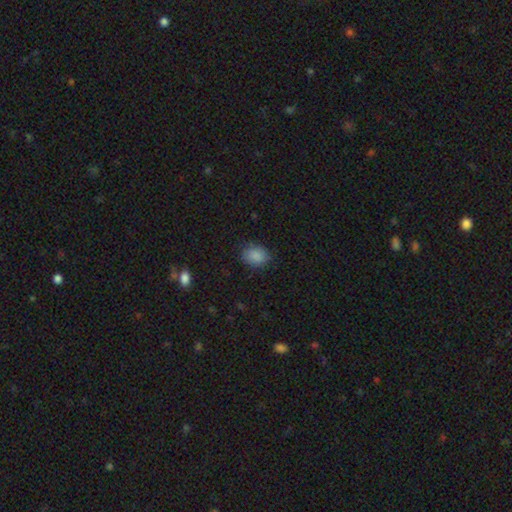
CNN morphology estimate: smooth-or-featured: smooth: 87% | star or artifact: 9% | featured or disk: 4%
  how-rounded: in between: 52% | round: 47% | cigar-shaped: 1%
  merging: none: 80% | minor disturbance: 15% | major disturbance: 4% | merger: 1%